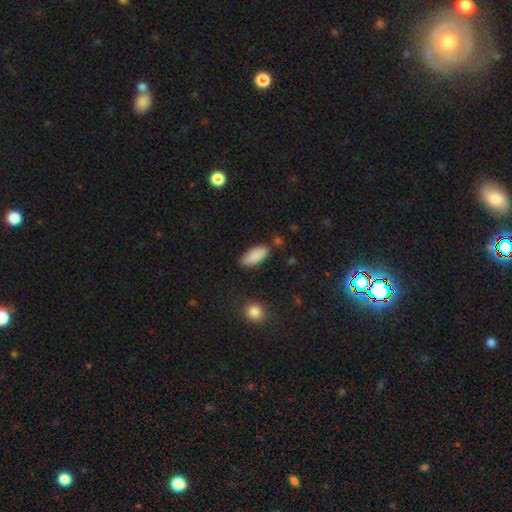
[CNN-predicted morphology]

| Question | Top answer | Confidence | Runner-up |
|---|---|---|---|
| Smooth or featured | smooth | 88% | star or artifact (7%) |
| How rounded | in between | 89% | cigar-shaped (9%) |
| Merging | none | 77% | minor disturbance (16%) |